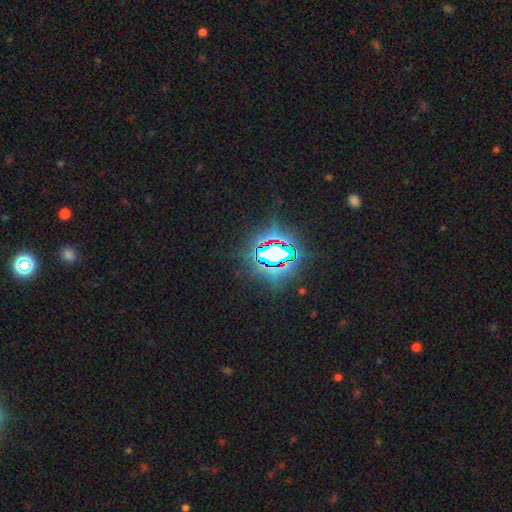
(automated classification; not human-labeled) Smooth or featured?
  - star or artifact: 85% *
  - smooth: 9%
  - featured or disk: 6%